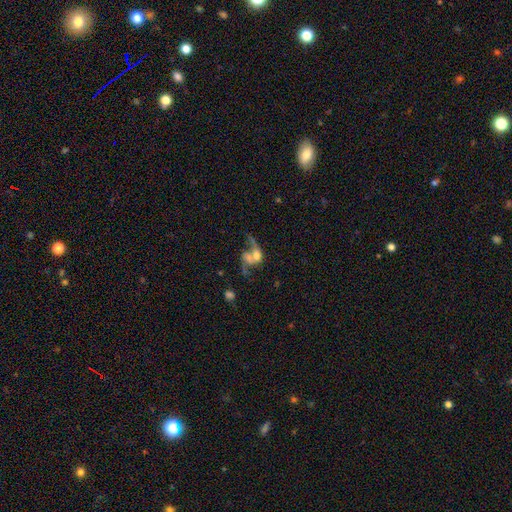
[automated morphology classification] A featured or disk galaxy (54%) with no bar (75%), spiral arms (55%) and a moderate central bulge (33%).

Vote fractions:
- Smooth or featured? featured or disk: 54% / smooth: 31% / star or artifact: 15%
- Edge-on disk? no: 96% / yes: 4%
- Bar? no: 75% / weak: 19% / strong: 6%
- Spiral arms? yes: 55% / no: 45%
- Bulge size? moderate: 33% / none: 23% / small: 20% / large: 19% / dominant: 5%
- Merging? merger: 38% / major disturbance: 32% / none: 20% / minor disturbance: 10%